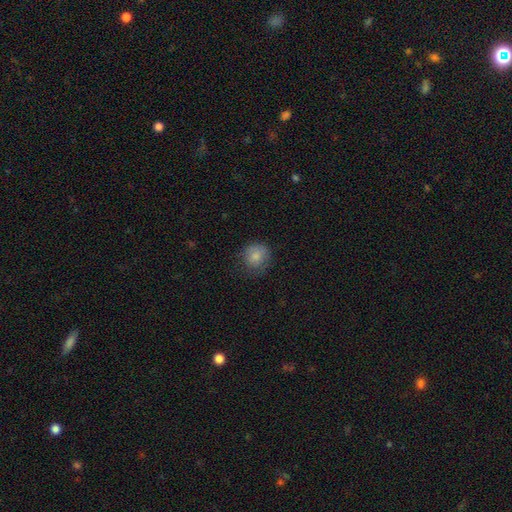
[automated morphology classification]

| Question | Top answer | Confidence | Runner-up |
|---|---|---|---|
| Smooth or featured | smooth | 83% | star or artifact (9%) |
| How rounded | round | 86% | in between (13%) |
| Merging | none | 71% | minor disturbance (21%) |